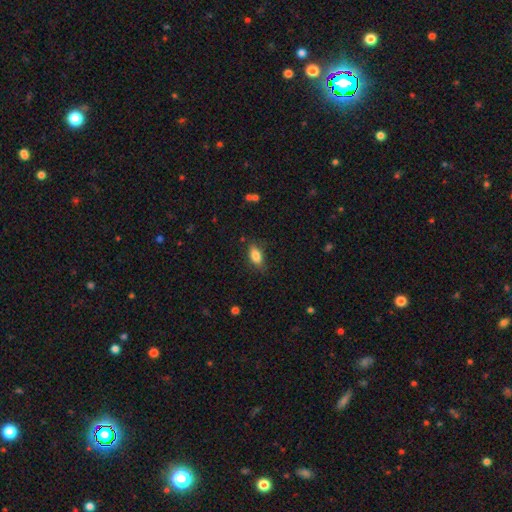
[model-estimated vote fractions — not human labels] Overall: smooth (82%). How rounded: in between (86%). Merging: none (77%).